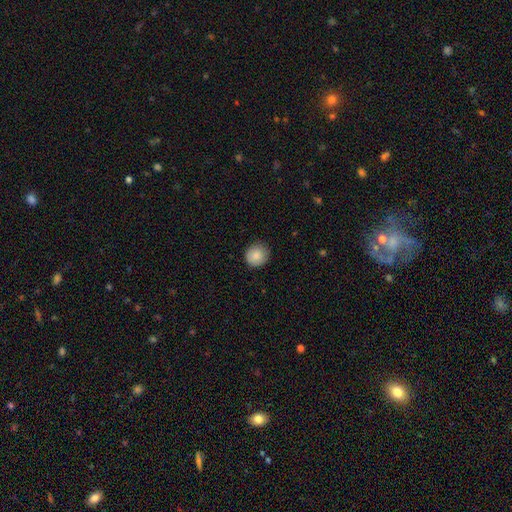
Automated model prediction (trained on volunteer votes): This appears to be a smooth galaxy with no disk features (86%) that is round (91%). Merging: none (86%).